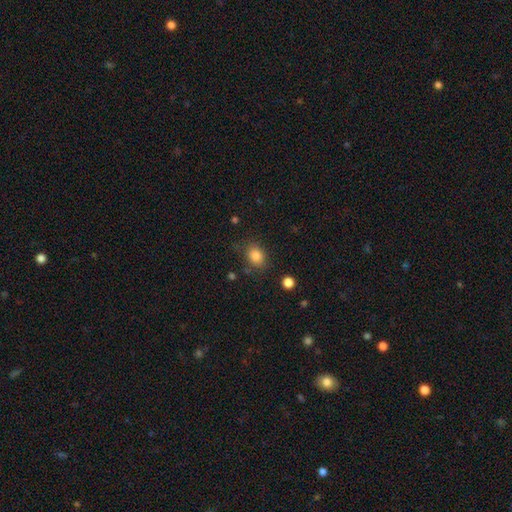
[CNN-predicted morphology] type=smooth (84%); roundness=round (51%); merging=none (76%).